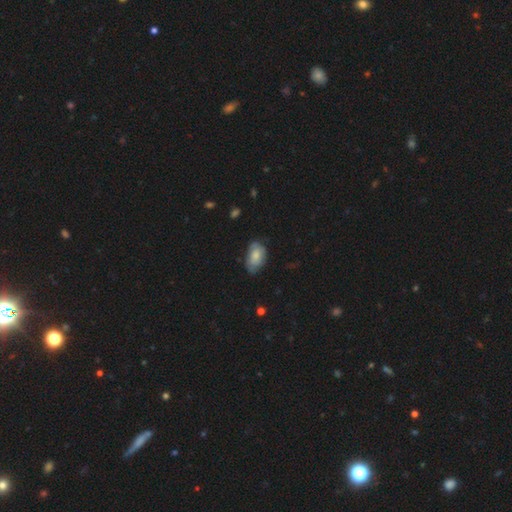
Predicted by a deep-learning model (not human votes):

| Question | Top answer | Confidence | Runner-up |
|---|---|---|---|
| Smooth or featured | smooth | 64% | featured or disk (29%) |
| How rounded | in between | 91% | round (8%) |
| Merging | none | 57% | minor disturbance (33%) |